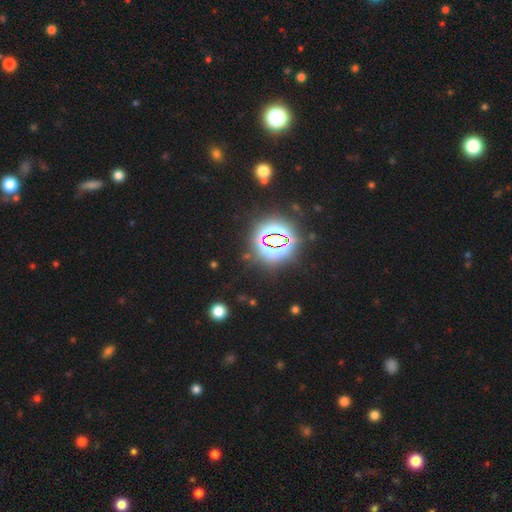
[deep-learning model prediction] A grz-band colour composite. It shows a star or artifact, not a galaxy (82%).